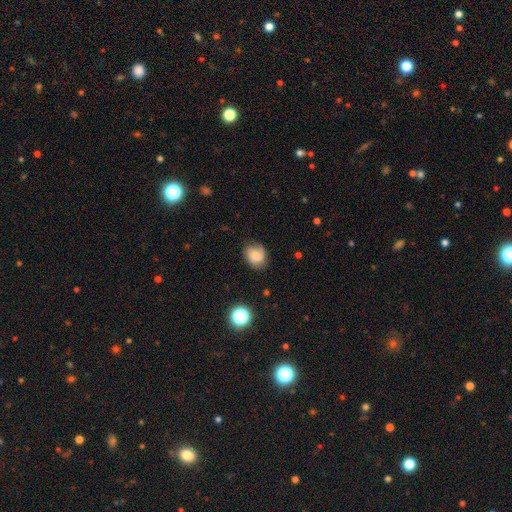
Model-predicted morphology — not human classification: smooth-or-featured: smooth: 65% | featured or disk: 24% | star or artifact: 11%
  how-rounded: round: 58% | in between: 41% | cigar-shaped: 1%
  merging: none: 69% | minor disturbance: 24% | major disturbance: 6% | merger: 1%